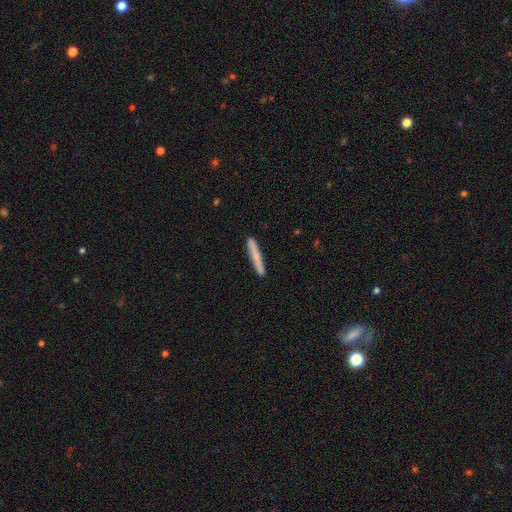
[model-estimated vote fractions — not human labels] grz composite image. It shows a smooth galaxy with no disk features (68%) that is cigar-shaped (96%). Merging: none (89%).